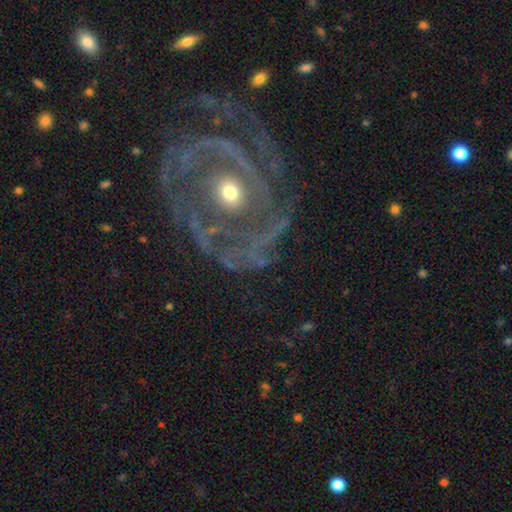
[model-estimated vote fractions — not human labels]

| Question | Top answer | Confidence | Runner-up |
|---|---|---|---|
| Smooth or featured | featured or disk | 81% | star or artifact (10%) |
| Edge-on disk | no | 97% | yes (3%) |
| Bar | no | 74% | weak (16%) |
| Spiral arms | yes | 84% | no (16%) |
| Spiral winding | tight | 64% | medium (26%) |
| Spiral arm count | can't tell | 28% | 2 (25%) |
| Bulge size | moderate | 52% | small (42%) |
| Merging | none | 65% | major disturbance (16%) |